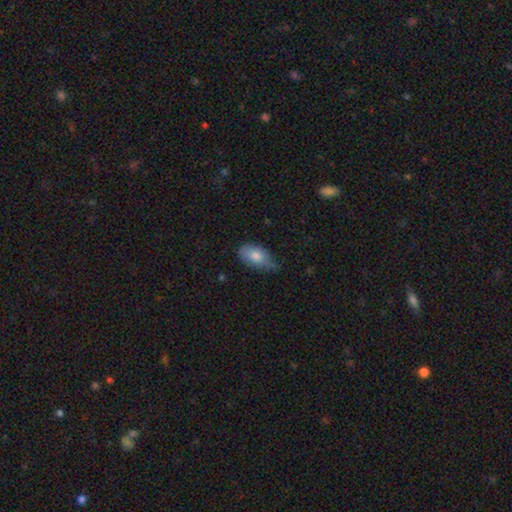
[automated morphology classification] This appears to be a smooth galaxy with no disk features (77%) that is in between round and cigar-shaped (91%). Merging: none (45%).